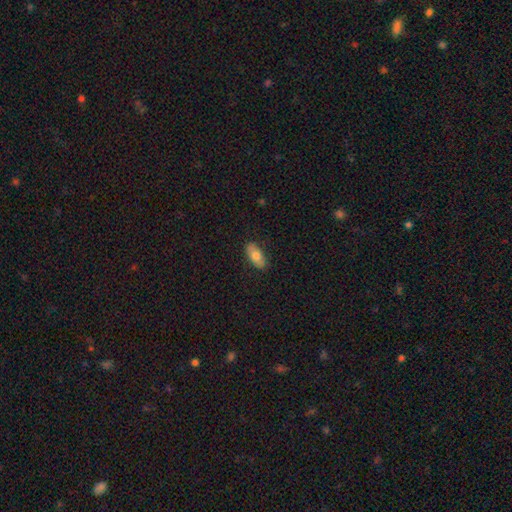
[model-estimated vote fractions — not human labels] Q: Smooth or featured?
A: smooth (73%); runner-up: featured or disk (20%)
Q: How rounded?
A: in between (89%); runner-up: cigar-shaped (8%)
Q: Merging?
A: none (86%); runner-up: minor disturbance (11%)